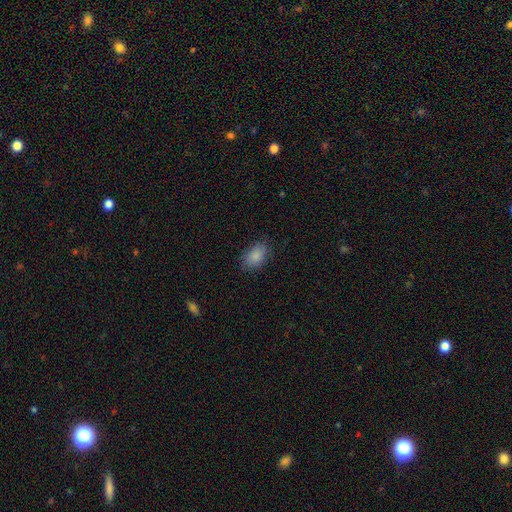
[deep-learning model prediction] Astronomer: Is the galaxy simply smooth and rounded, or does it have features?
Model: smooth — 87%.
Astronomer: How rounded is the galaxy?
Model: in between — 87%.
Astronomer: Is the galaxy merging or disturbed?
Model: none — 81%.